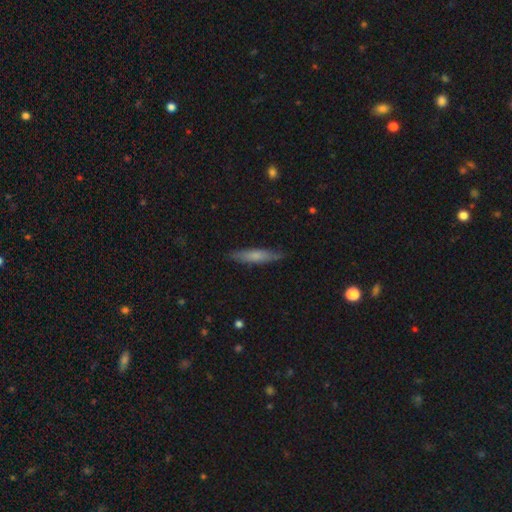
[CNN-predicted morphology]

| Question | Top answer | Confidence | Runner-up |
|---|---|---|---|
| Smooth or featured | smooth | 63% | featured or disk (31%) |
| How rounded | cigar-shaped | 86% | in between (12%) |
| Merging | none | 84% | minor disturbance (12%) |